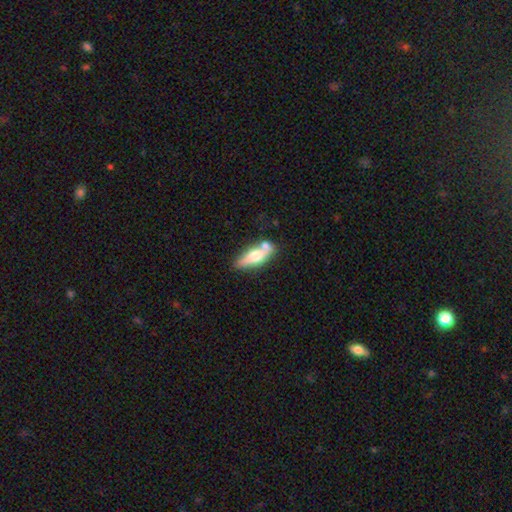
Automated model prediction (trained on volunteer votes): This is possibly a smooth galaxy (58%). How rounded: possibly in between (59%). Merging: possibly none (52%).